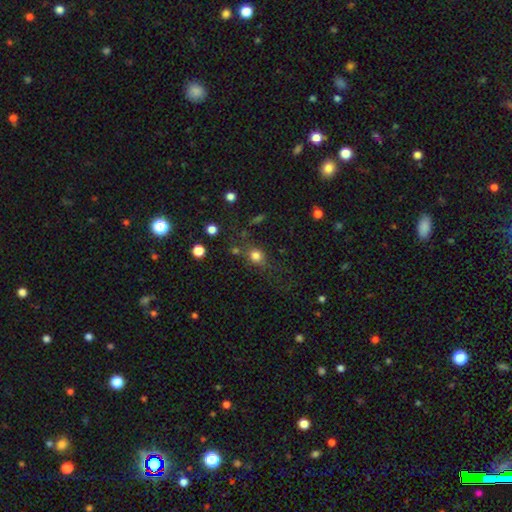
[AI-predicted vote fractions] A smooth galaxy with no disk features (79%) that is round (70%).

Vote fractions:
- Smooth or featured? smooth: 79% / star or artifact: 13% / featured or disk: 8%
- How rounded? round: 70% / in between: 28% / cigar-shaped: 2%
- Merging? none: 68% / minor disturbance: 16% / major disturbance: 9% / merger: 8%